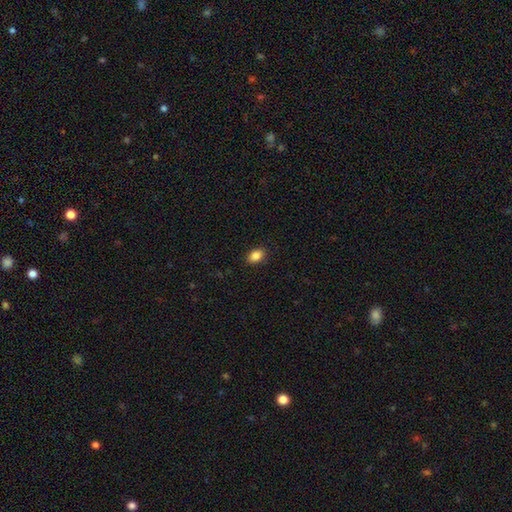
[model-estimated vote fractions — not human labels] smooth_or_featured: smooth (p=0.88) [alt: star or artifact p=0.09]
how_rounded: in between (p=0.83) [alt: round p=0.16]
merging: none (p=0.90) [alt: minor disturbance p=0.07]